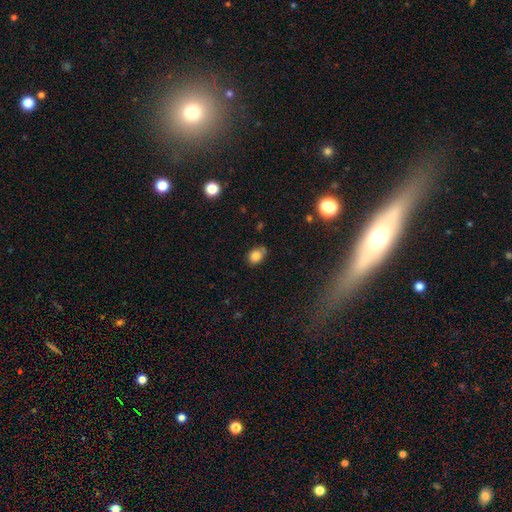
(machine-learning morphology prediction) Smooth or featured? Predicted: smooth (p=0.82). How rounded? Predicted: in between (p=0.56). Merging? Predicted: none (p=0.64).